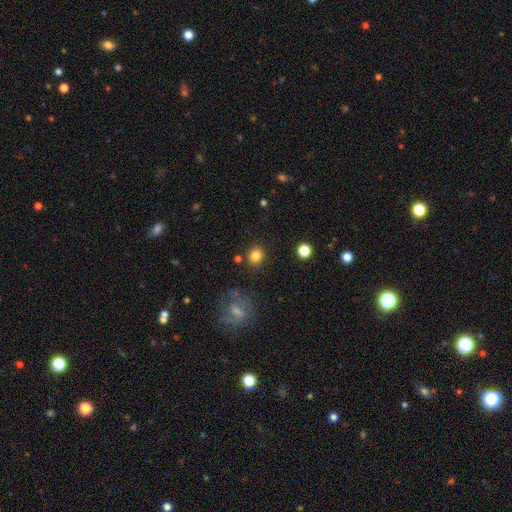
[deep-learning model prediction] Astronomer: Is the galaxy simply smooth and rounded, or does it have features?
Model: smooth — 83%.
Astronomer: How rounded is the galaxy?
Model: round — 80%.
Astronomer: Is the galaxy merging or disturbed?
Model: none — 85%.